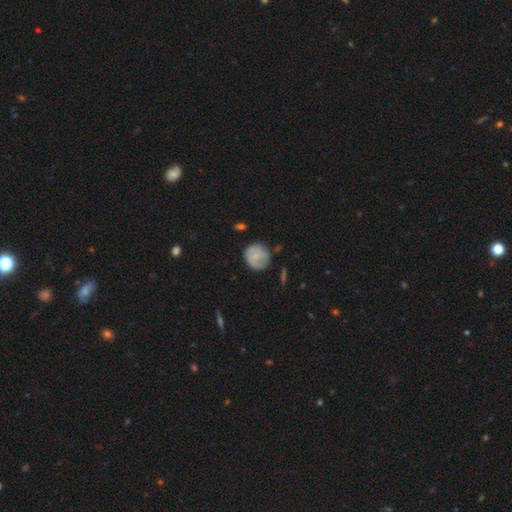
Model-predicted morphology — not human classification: smooth-or-featured: smooth: 57% | featured or disk: 36% | star or artifact: 7%
  how-rounded: round: 87% | in between: 12% | cigar-shaped: 1%
  merging: none: 68% | minor disturbance: 23% | major disturbance: 7% | merger: 3%